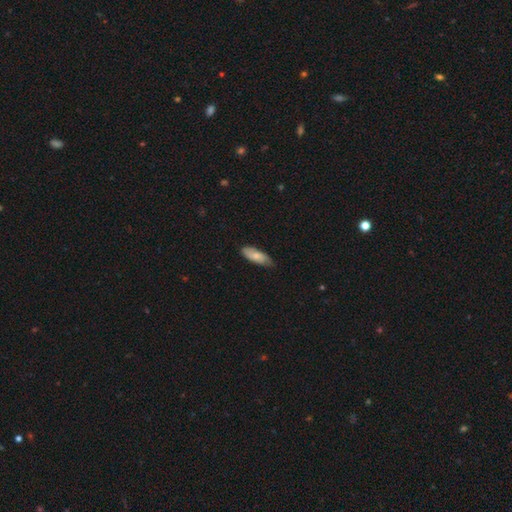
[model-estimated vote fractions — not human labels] smooth_or_featured: smooth (p=0.74) [alt: featured or disk p=0.21]
how_rounded: in between (p=0.71) [alt: cigar-shaped p=0.27]
merging: none (p=0.71) [alt: minor disturbance p=0.25]